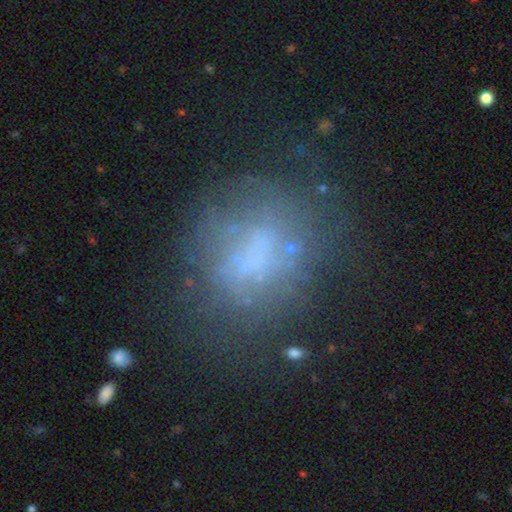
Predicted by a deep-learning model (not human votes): Overall: smooth (44%; featured or disk 37%). Merging: none (59%).